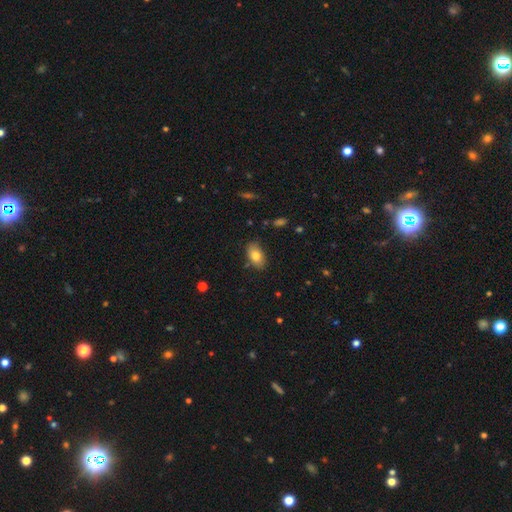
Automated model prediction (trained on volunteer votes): Morphology: type=smooth (80%); roundness=in between (91%); merging=none (80%).